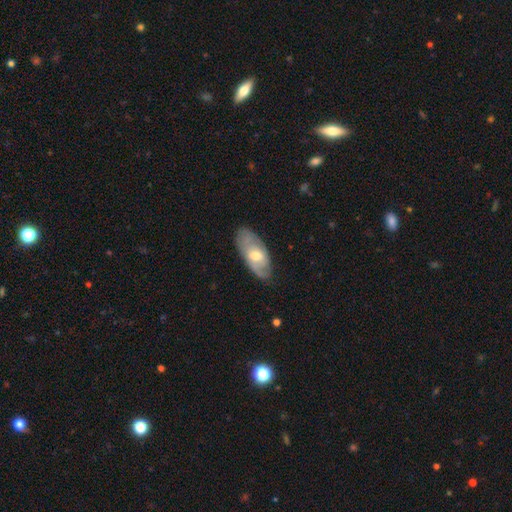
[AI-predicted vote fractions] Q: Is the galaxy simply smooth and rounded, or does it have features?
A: featured or disk — 53%.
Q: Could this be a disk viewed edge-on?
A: no — 84%.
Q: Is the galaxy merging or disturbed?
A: none — 75%.